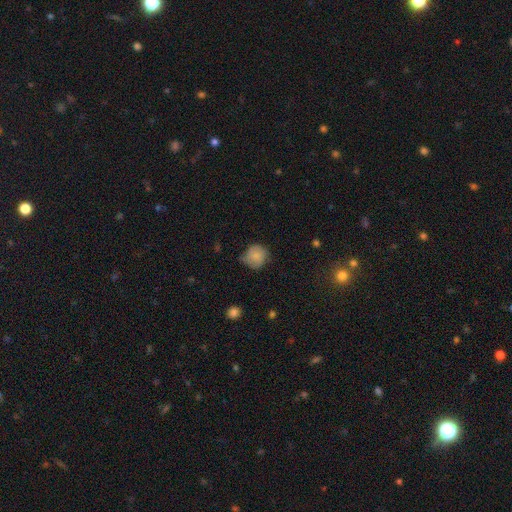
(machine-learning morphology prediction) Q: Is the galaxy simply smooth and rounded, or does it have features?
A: smooth — 77%.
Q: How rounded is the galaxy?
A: round — 86%.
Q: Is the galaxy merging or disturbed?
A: none — 53%.